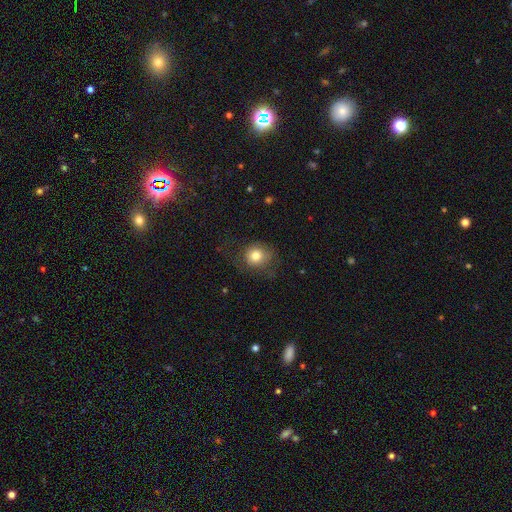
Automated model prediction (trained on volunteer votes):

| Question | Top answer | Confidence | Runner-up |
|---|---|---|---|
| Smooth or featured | smooth | 79% | star or artifact (11%) |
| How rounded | round | 79% | in between (20%) |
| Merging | none | 66% | minor disturbance (21%) |